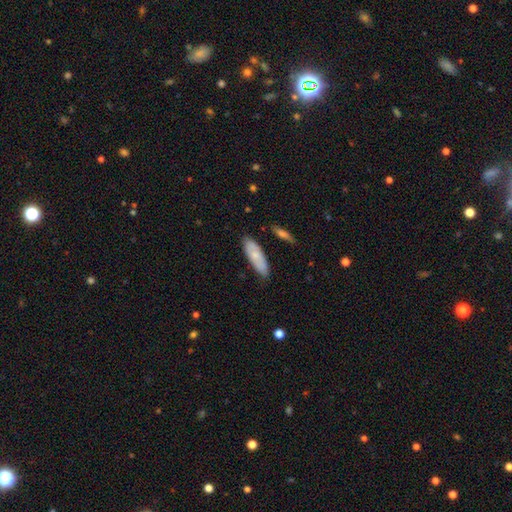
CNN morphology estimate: smooth-or-featured: smooth: 68% | featured or disk: 26% | star or artifact: 6%
  how-rounded: in between: 60% | cigar-shaped: 38% | round: 2%
  merging: none: 80% | minor disturbance: 16% | major disturbance: 3% | merger: 2%